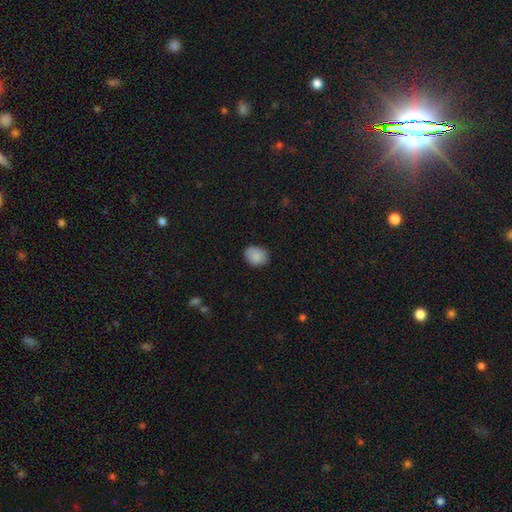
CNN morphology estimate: Smooth or featured: smooth — 88% (star or artifact — 8%)
How rounded: in between — 50% (round — 49%)
Merging: none — 80% (minor disturbance — 16%)